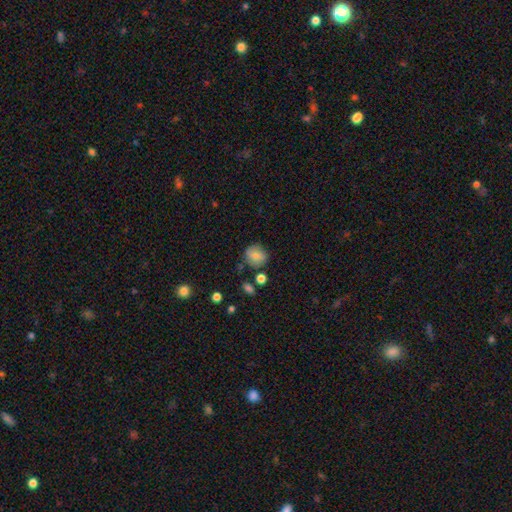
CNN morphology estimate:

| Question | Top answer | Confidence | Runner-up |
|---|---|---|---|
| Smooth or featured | smooth | 77% | featured or disk (14%) |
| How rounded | round | 75% | in between (24%) |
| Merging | none | 74% | minor disturbance (17%) |